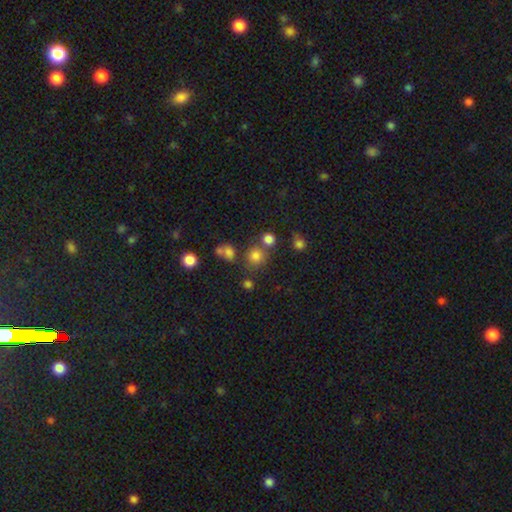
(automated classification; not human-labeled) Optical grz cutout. It shows a smooth galaxy with no disk features (75%) that is round (87%). Merging: none (68%).